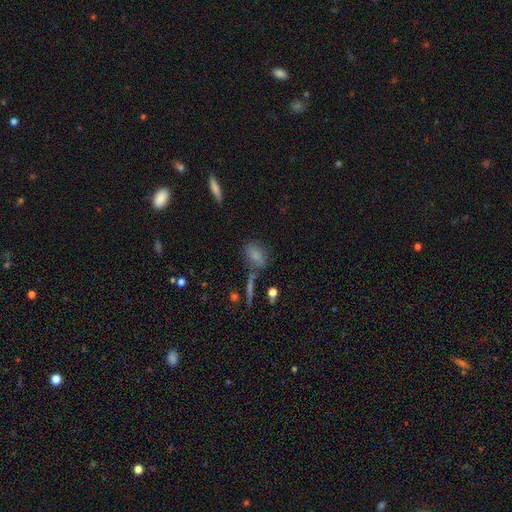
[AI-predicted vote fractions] Morphology: type=smooth (77%); roundness=in between (80%); merging=none (56%).